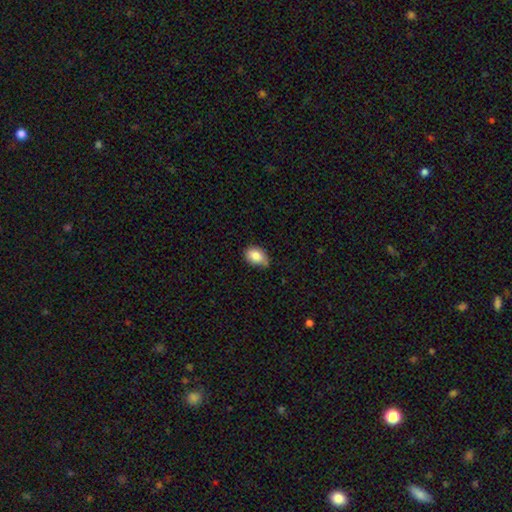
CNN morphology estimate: A smooth galaxy with no disk features (84%) that is in between round and cigar-shaped (79%). Merging: none (57%).